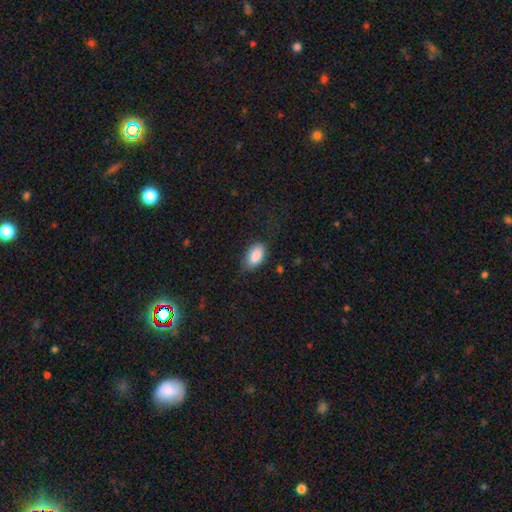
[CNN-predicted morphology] The model was most divided on "merging": none: 72%, minor disturbance: 22%, major disturbance: 6%, merger: 1%. More confident: how rounded — in between (92%); smooth or featured — smooth (87%).